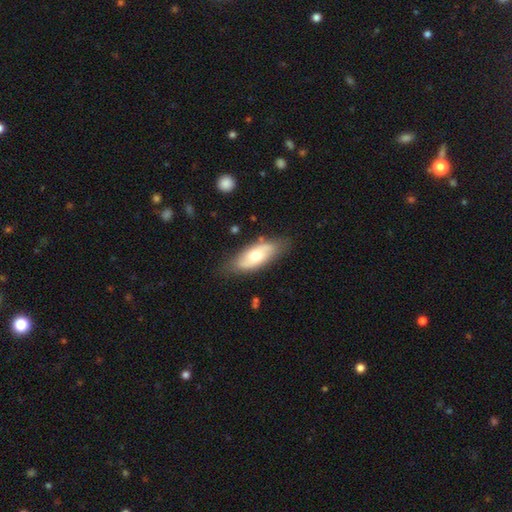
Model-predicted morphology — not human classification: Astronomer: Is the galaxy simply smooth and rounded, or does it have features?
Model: smooth — 54% (runner-up: featured or disk, 40%).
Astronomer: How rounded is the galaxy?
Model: in between — 80%.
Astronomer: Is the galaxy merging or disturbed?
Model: none — 77%.